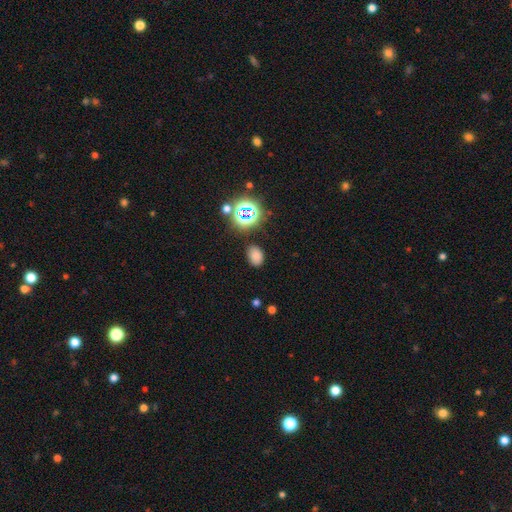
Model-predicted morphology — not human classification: smooth_or_featured: smooth (p=0.71) [alt: star or artifact p=0.22]
how_rounded: in between (p=0.74) [alt: round p=0.25]
merging: none (p=0.83) [alt: minor disturbance p=0.11]